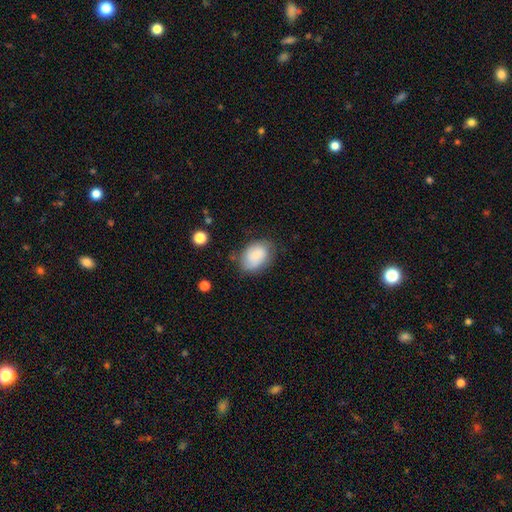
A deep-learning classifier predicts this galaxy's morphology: Q: Smooth or featured?
A: smooth (76%); runner-up: featured or disk (16%)
Q: How rounded?
A: in between (82%); runner-up: round (17%)
Q: Merging?
A: none (68%); runner-up: minor disturbance (23%)